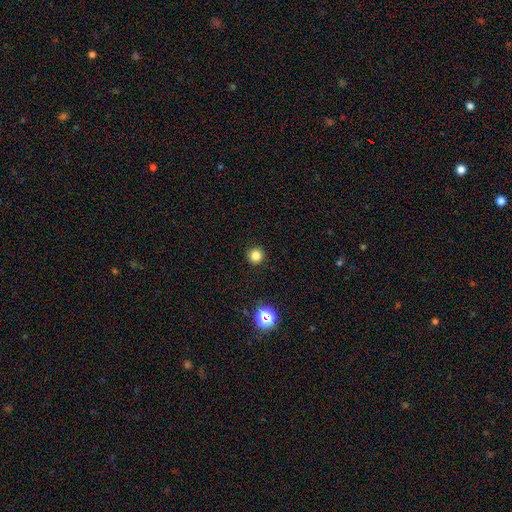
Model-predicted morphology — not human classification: Smooth or featured? smooth (82%)
How rounded? round (96%)
Merging? none (93%)